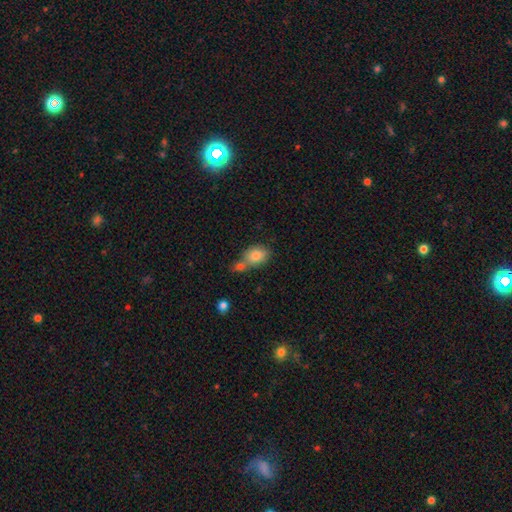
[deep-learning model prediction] Smooth or featured?
  - smooth: 81% *
  - featured or disk: 11%
  - star or artifact: 8%
How rounded?
  - in between: 69% *
  - round: 30%
  - cigar-shaped: 2%
Merging?
  - merger: 43% *
  - none: 39%
  - minor disturbance: 14%
  - major disturbance: 5%